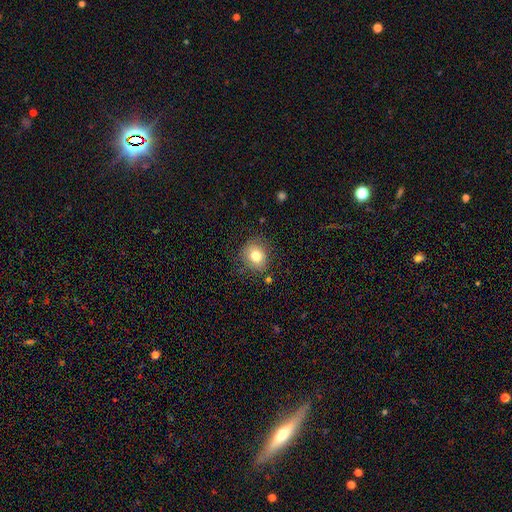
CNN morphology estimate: smooth_or_featured: smooth (p=0.77) [alt: featured or disk p=0.11]
how_rounded: round (p=0.74) [alt: in between p=0.25]
merging: none (p=0.81) [alt: minor disturbance p=0.13]